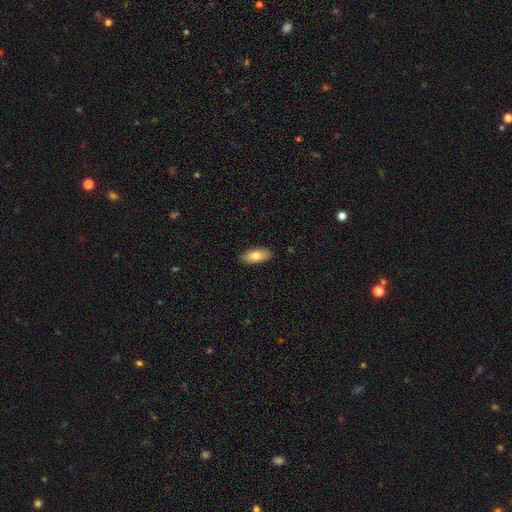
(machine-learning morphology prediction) Smooth or featured?
  - smooth: 77% *
  - featured or disk: 17%
  - star or artifact: 6%
How rounded?
  - in between: 88% *
  - cigar-shaped: 9%
  - round: 3%
Merging?
  - none: 89% *
  - minor disturbance: 9%
  - major disturbance: 2%
  - merger: 1%